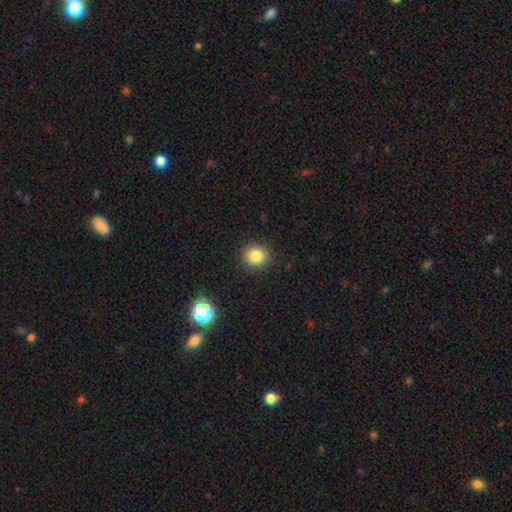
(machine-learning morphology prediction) This is clearly a smooth galaxy (82%). How rounded: clearly round (88%). Merging: clearly none (90%).